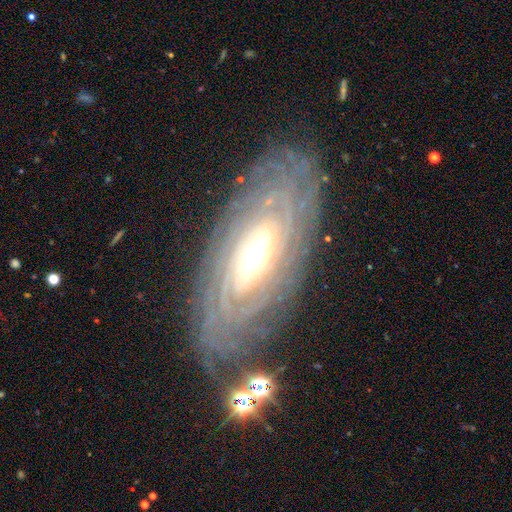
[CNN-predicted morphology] A featured or disk galaxy (84%) with no bar (39%), tight (84%) spiral arms (90%) and a moderate central bulge (57%). Merging: none (81%).